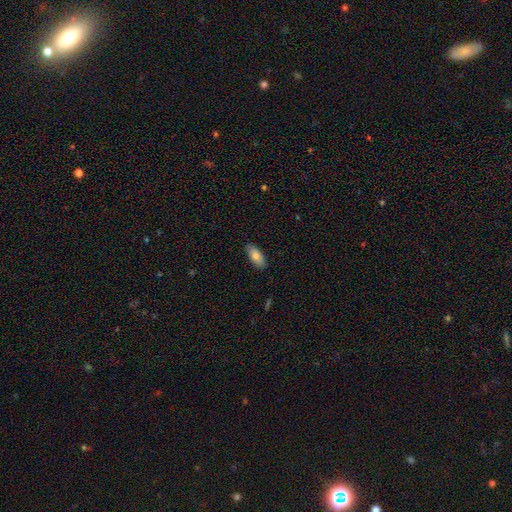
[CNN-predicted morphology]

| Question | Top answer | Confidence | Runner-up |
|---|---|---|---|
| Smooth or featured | smooth | 80% | featured or disk (14%) |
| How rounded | in between | 85% | cigar-shaped (13%) |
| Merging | none | 86% | minor disturbance (11%) |